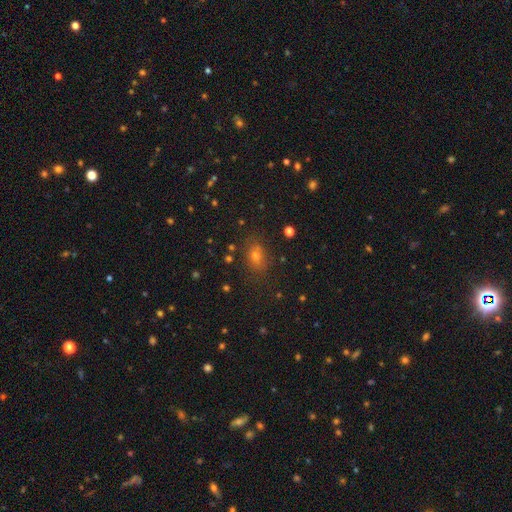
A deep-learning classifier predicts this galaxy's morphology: A smooth galaxy with no disk features (64%) that is in between round and cigar-shaped (65%).

Vote fractions:
- Smooth or featured? smooth: 64% / star or artifact: 25% / featured or disk: 11%
- How rounded? in between: 65% / round: 32% / cigar-shaped: 3%
- Merging? none: 83% / minor disturbance: 12% / major disturbance: 4% / merger: 2%